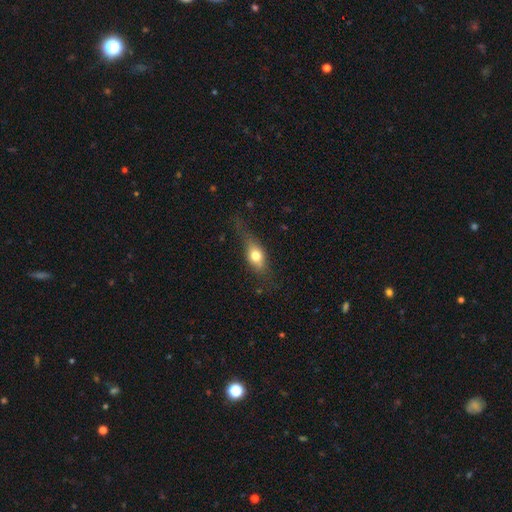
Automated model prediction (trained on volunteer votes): This appears to be a smooth galaxy with no disk features (65%) that is in between round and cigar-shaped (69%). Merging: none (61%).